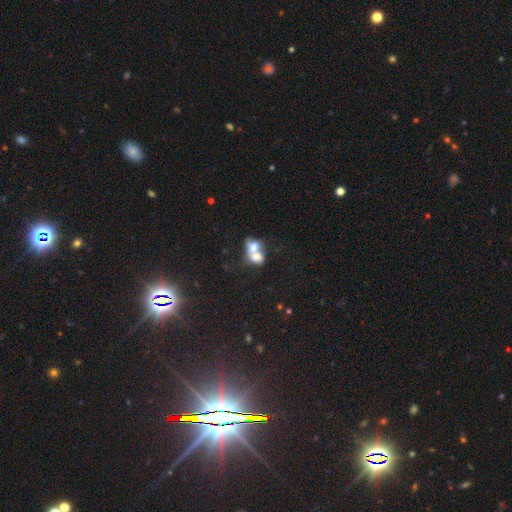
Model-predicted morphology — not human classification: Q: Smooth or featured?
A: smooth (67%); runner-up: featured or disk (24%)
Q: How rounded?
A: in between (57%); runner-up: round (42%)
Q: Merging?
A: merger (77%); runner-up: none (13%)